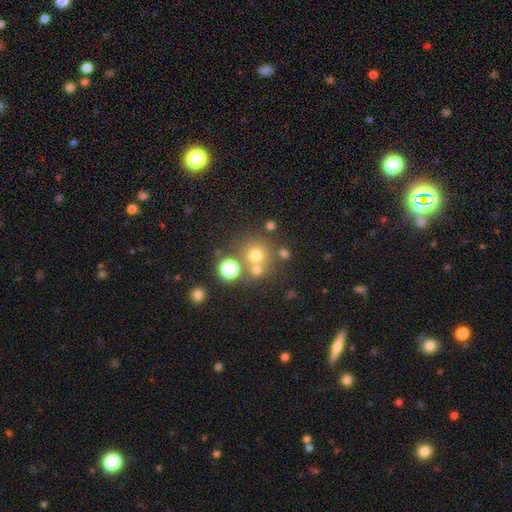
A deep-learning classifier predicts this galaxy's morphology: smooth 65%, star or artifact 22%, featured or disk 13%. Down the decision tree: how rounded — round (90%); merging — none (63%).